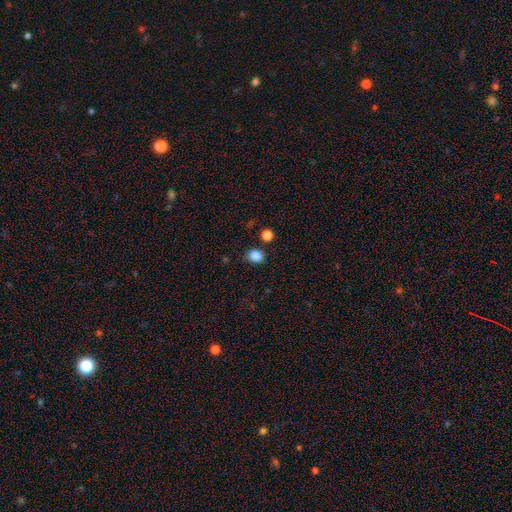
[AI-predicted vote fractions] Smooth or featured?
  - smooth: 86% *
  - star or artifact: 11%
  - featured or disk: 3%
How rounded?
  - round: 65% *
  - in between: 35%
  - cigar-shaped: 1%
Merging?
  - none: 84% *
  - minor disturbance: 10%
  - merger: 4%
  - major disturbance: 3%